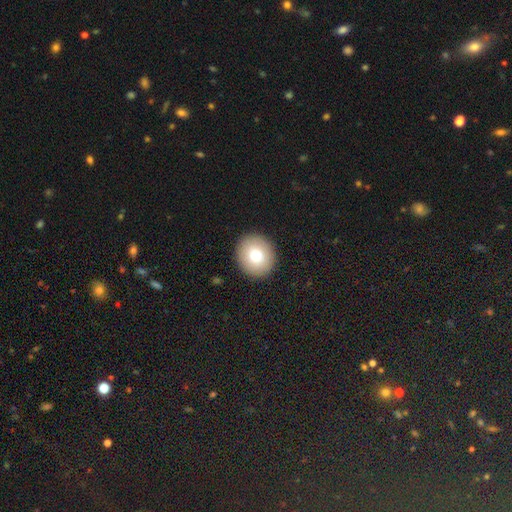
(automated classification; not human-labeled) A smooth galaxy with no disk features (74%) that is round (82%).

Vote fractions:
- Smooth or featured? smooth: 74% / featured or disk: 16% / star or artifact: 10%
- How rounded? round: 82% / in between: 17% / cigar-shaped: 1%
- Merging? none: 91% / minor disturbance: 6% / major disturbance: 2% / merger: 1%